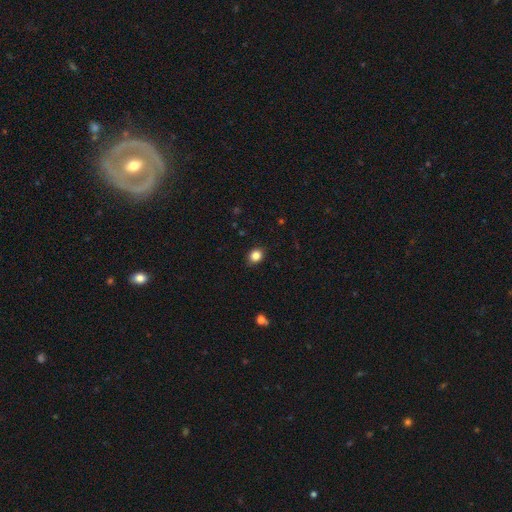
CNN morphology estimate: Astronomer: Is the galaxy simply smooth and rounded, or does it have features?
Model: smooth — 85%.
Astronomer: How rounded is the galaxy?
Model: round — 59% (runner-up: in between, 40%).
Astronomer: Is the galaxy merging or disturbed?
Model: none — 89%.